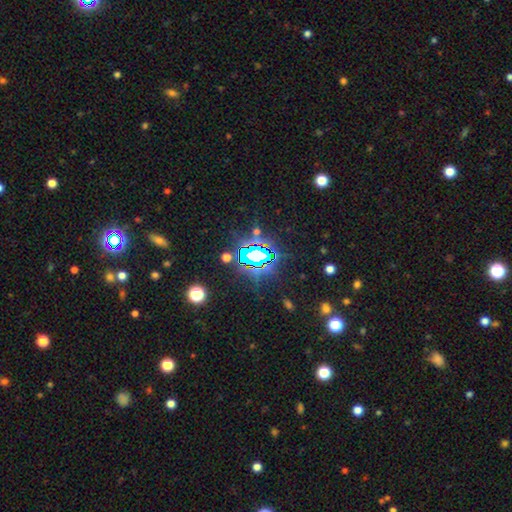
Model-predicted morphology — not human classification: The model was most divided on "smooth or featured": star or artifact: 75%, smooth: 15%, featured or disk: 10%.